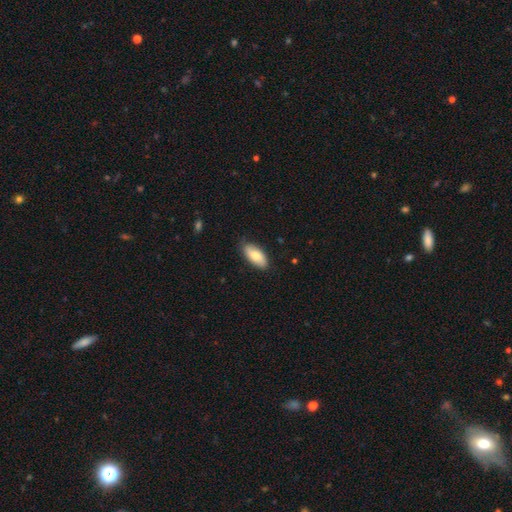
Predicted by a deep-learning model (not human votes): Smooth or featured? Predicted: smooth (p=0.77). How rounded? Predicted: in between (p=0.89). Merging? Predicted: none (p=0.81).